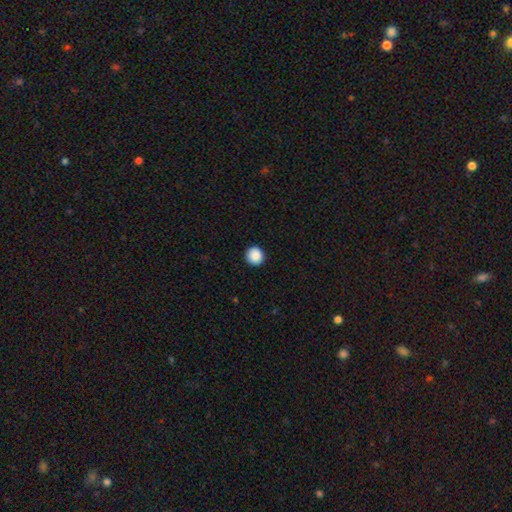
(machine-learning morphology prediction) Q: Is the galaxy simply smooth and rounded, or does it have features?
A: smooth — 89%.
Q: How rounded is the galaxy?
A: round — 95%.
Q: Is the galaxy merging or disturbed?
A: none — 92%.